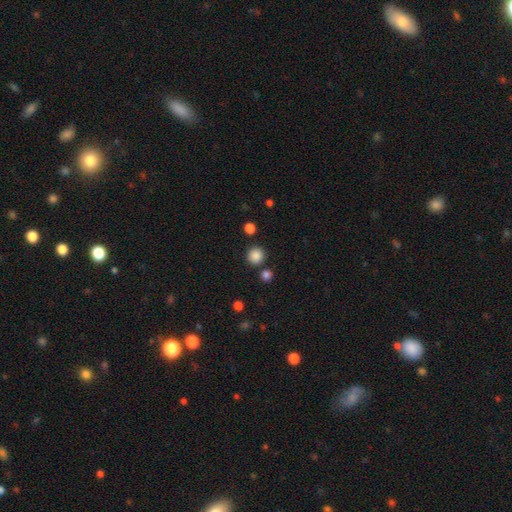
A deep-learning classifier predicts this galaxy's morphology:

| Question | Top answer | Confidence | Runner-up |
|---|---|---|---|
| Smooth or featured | smooth | 86% | star or artifact (11%) |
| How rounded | round | 92% | in between (7%) |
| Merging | none | 84% | minor disturbance (7%) |